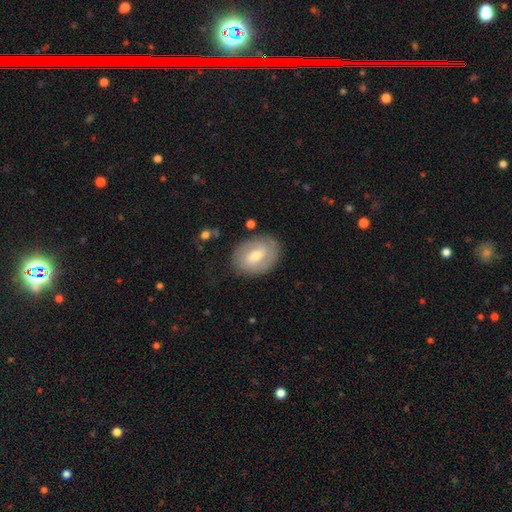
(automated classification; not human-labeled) featured or disk 53%, smooth 40%, star or artifact 7%. Down the decision tree: edge-on disk — no (95%); merging — none (79%).